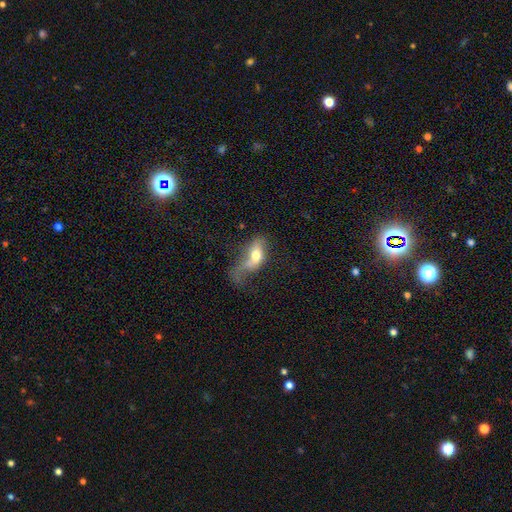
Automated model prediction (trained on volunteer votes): The model was most divided on "smooth or featured": smooth: 58%, featured or disk: 33%, star or artifact: 9%. More confident: how rounded — in between (76%); merging — major disturbance (53%).